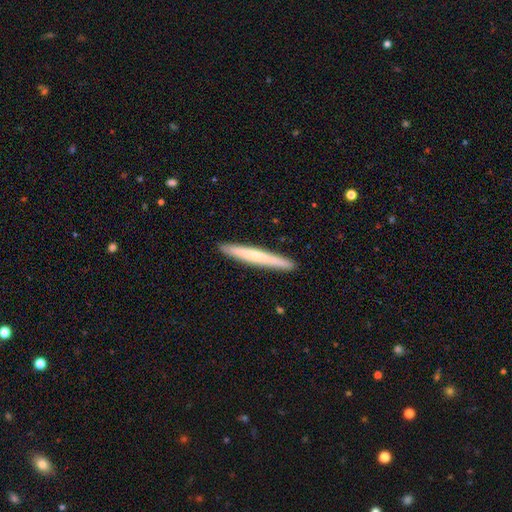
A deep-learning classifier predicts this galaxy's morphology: smooth-or-featured: smooth: 58% | featured or disk: 37% | star or artifact: 5%
  how-rounded: cigar-shaped: 97% | in between: 2% | round: 1%
  merging: none: 92% | minor disturbance: 6% | major disturbance: 1% | merger: 1%